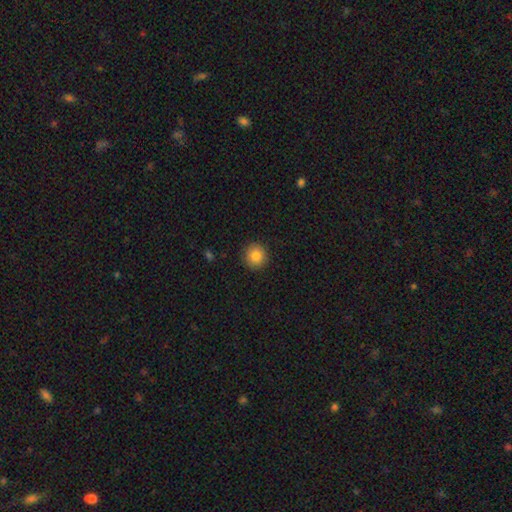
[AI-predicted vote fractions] Morphology: type=smooth (85%); roundness=round (94%); merging=none (91%).